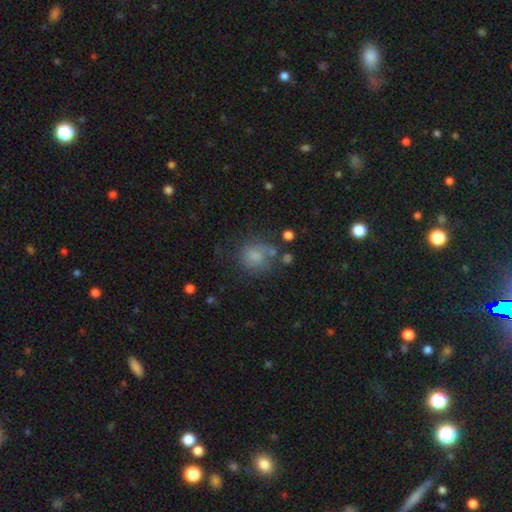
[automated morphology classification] This is likely a smooth galaxy (69%). How rounded: likely round (72%). Merging: possibly none (54%).